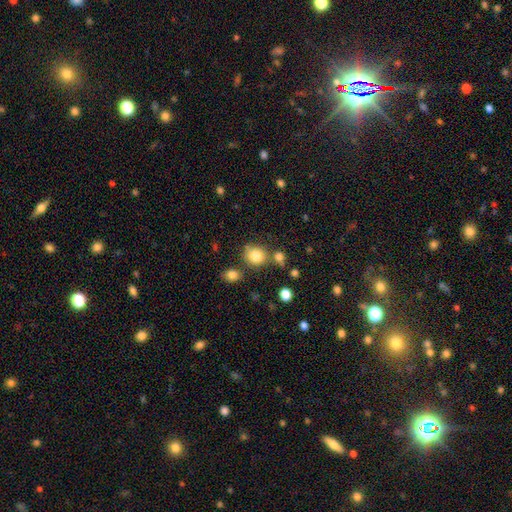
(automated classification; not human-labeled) This is clearly a smooth galaxy (82%). How rounded: likely round (75%). Merging: likely none (66%).